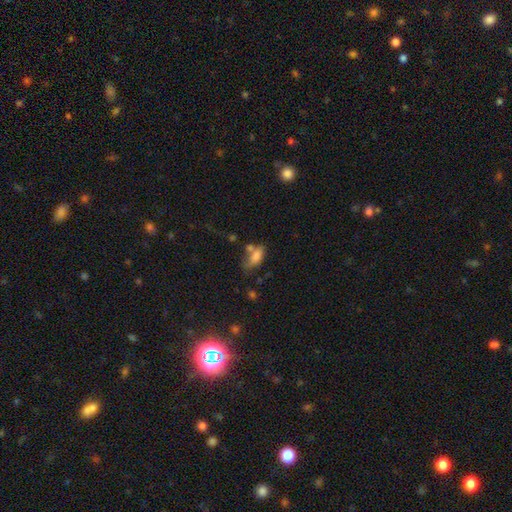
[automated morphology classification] smooth 75%, featured or disk 15%, star or artifact 11%. Down the decision tree: how rounded — in between (85%); merging — none (37%).